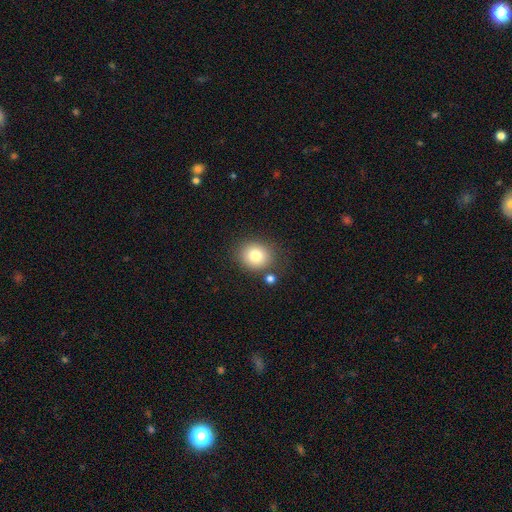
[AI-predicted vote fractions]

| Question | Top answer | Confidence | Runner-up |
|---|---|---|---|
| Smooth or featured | smooth | 80% | star or artifact (10%) |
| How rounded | round | 74% | in between (25%) |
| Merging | none | 78% | minor disturbance (11%) |